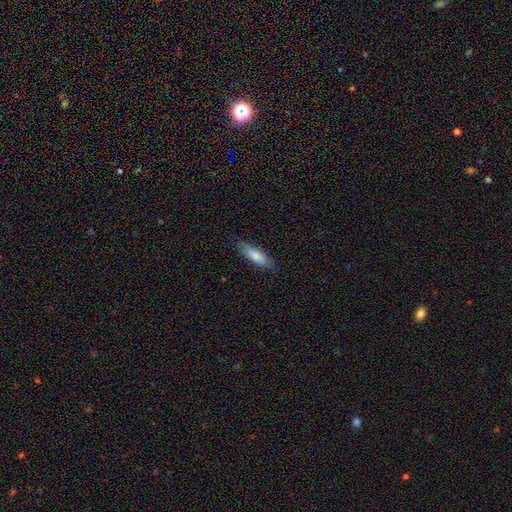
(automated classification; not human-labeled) smooth 80%, featured or disk 15%, star or artifact 6%. Down the decision tree: how rounded — cigar-shaped (53%); merging — none (82%).